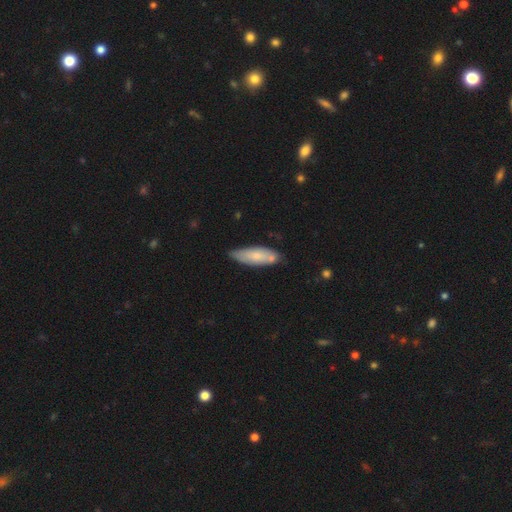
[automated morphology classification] smooth-or-featured: smooth: 71% | featured or disk: 24% | star or artifact: 5%
  how-rounded: in between: 59% | cigar-shaped: 39% | round: 2%
  merging: none: 67% | minor disturbance: 22% | merger: 8% | major disturbance: 4%